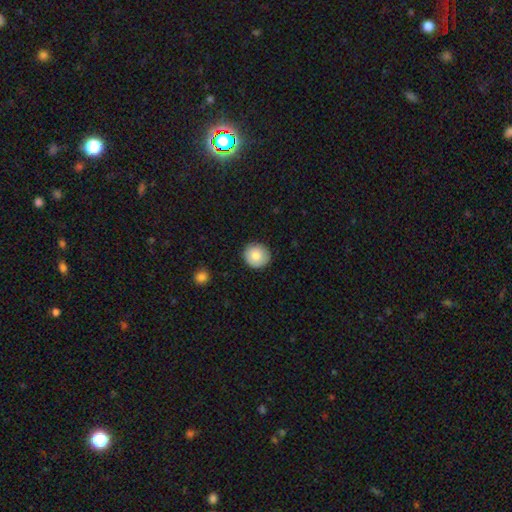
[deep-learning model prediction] Smooth or featured? Predicted: smooth (p=0.83). How rounded? Predicted: round (p=0.91). Merging? Predicted: none (p=0.90).